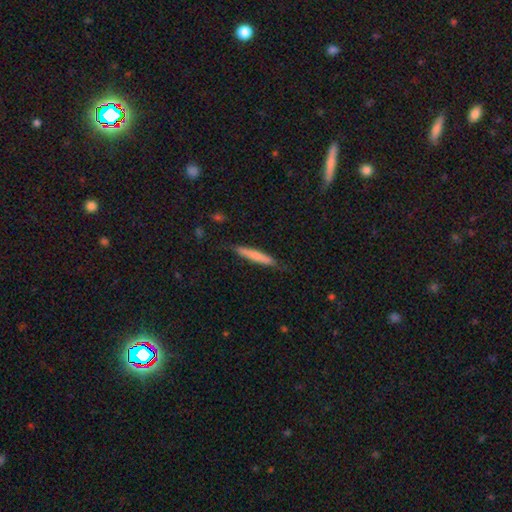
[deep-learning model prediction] Smooth or featured? smooth (70%)
How rounded? cigar-shaped (95%)
Merging? none (81%)